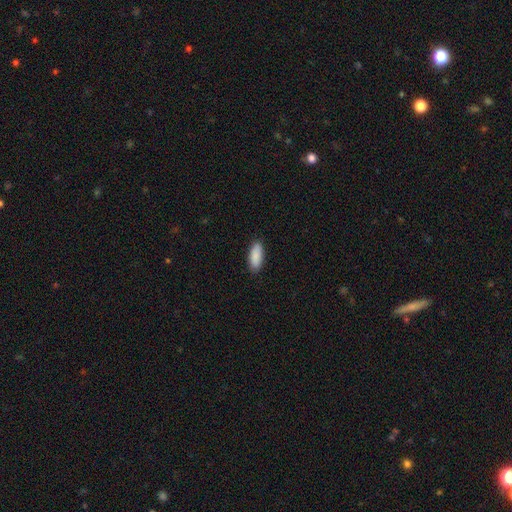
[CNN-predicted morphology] Smooth or featured: smooth — 90% (star or artifact — 6%)
How rounded: in between — 81% (cigar-shaped — 17%)
Merging: none — 88% (minor disturbance — 9%)